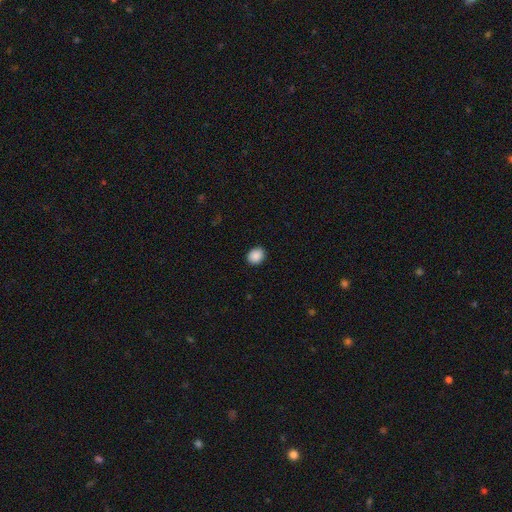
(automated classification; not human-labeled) A smooth galaxy with no disk features (89%) that is round (60%).

Vote fractions:
- Smooth or featured? smooth: 89% / star or artifact: 8% / featured or disk: 2%
- How rounded? round: 60% / in between: 39% / cigar-shaped: 1%
- Merging? none: 90% / minor disturbance: 7% / major disturbance: 2% / merger: 1%